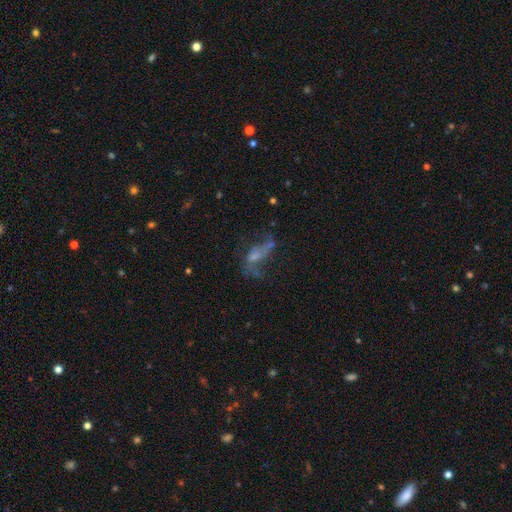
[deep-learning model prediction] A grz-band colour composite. It shows a featured or disk galaxy (58%) with no bar (64%), no spiral arms (50%, tied with yes) and no central bulge (37%). Merging: major disturbance (40%).